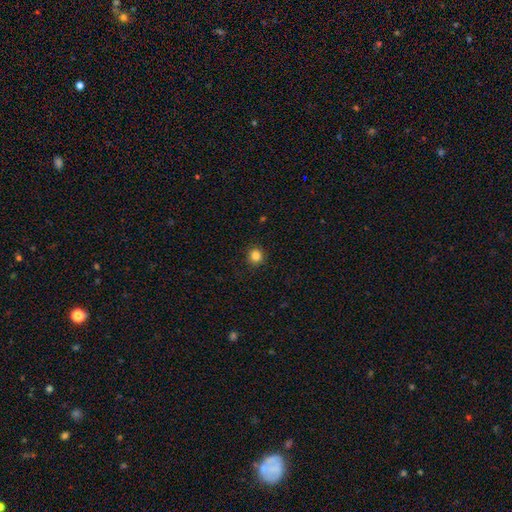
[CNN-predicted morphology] A smooth galaxy with no disk features (84%) that is round (89%).

Vote fractions:
- Smooth or featured? smooth: 84% / star or artifact: 12% / featured or disk: 4%
- How rounded? round: 89% / in between: 10% / cigar-shaped: 1%
- Merging? none: 90% / minor disturbance: 7% / major disturbance: 2% / merger: 1%